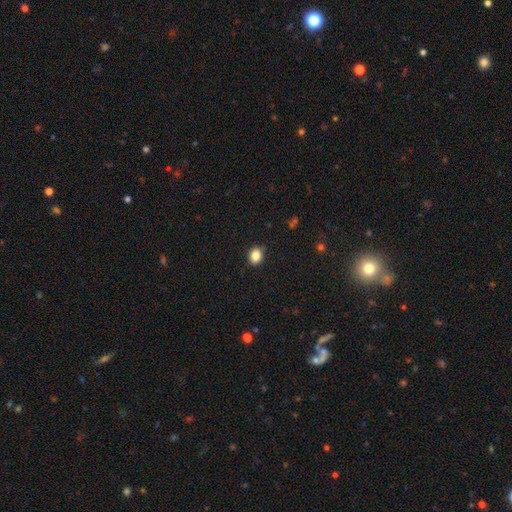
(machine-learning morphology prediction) This appears to be a smooth galaxy with no disk features (85%) that is in between round and cigar-shaped (56%). Merging: none (87%).